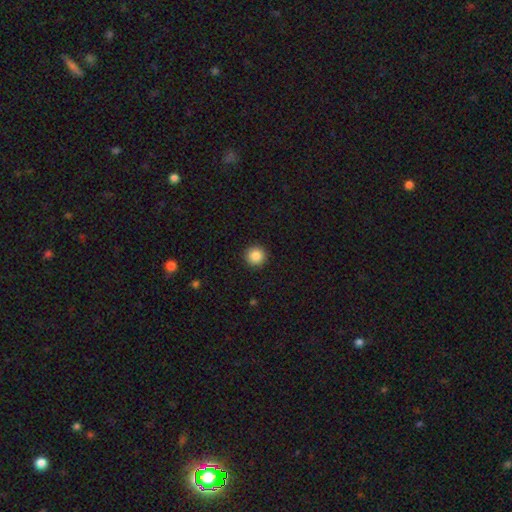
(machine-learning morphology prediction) Smooth or featured? smooth (86%)
How rounded? round (96%)
Merging? none (93%)